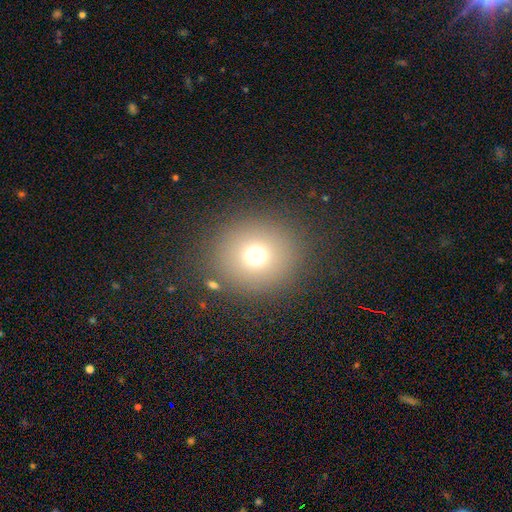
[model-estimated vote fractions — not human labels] Overall: smooth (70%). How rounded: round (87%). Merging: none (85%).